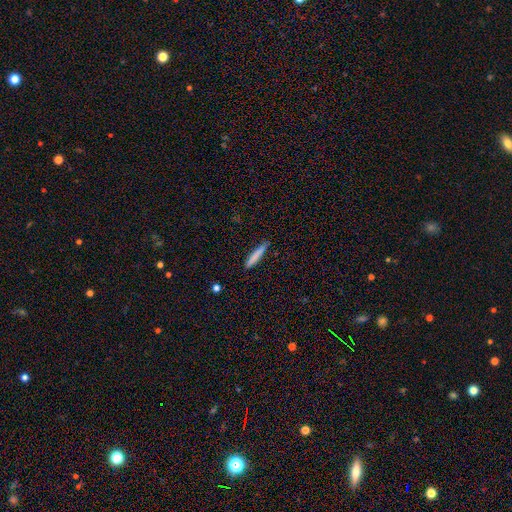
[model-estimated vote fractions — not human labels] The model was most divided on "smooth or featured": smooth: 79%, featured or disk: 15%, star or artifact: 6%. More confident: how rounded — cigar-shaped (94%); merging — none (86%).